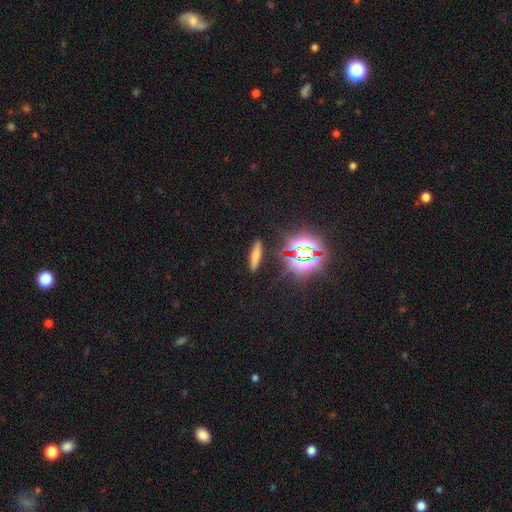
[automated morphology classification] This is possibly a smooth galaxy (58%). How rounded: clearly cigar-shaped (82%). Merging: clearly none (88%).